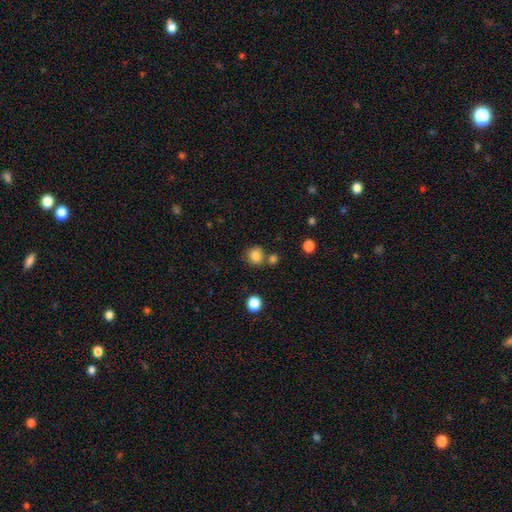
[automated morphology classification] This appears to be a smooth galaxy with no disk features (83%) that is round (86%). Merging: none (71%).